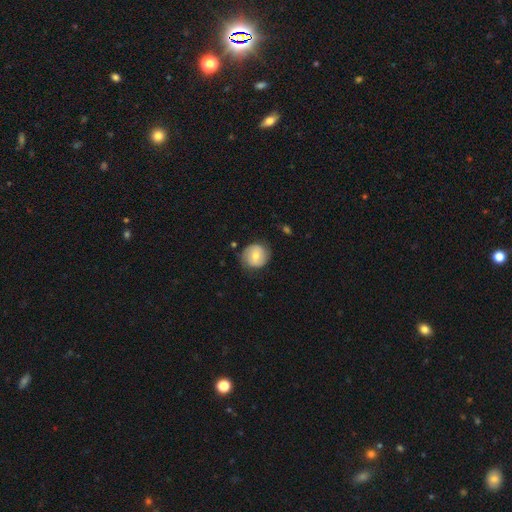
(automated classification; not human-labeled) This is possibly a smooth galaxy (56%). How rounded: clearly round (85%). Merging: likely none (78%).